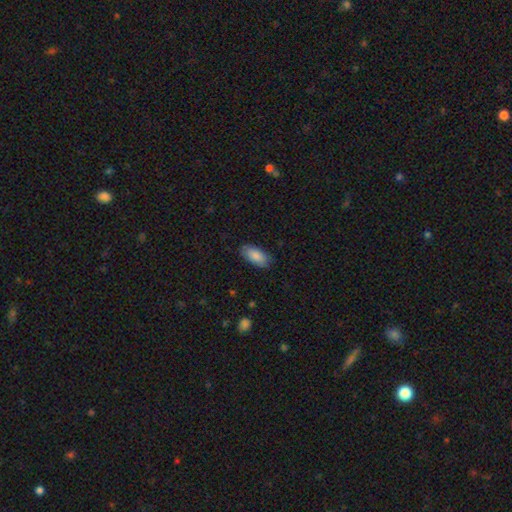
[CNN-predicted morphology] Overall: smooth (87%). How rounded: in between (90%). Merging: none (85%).